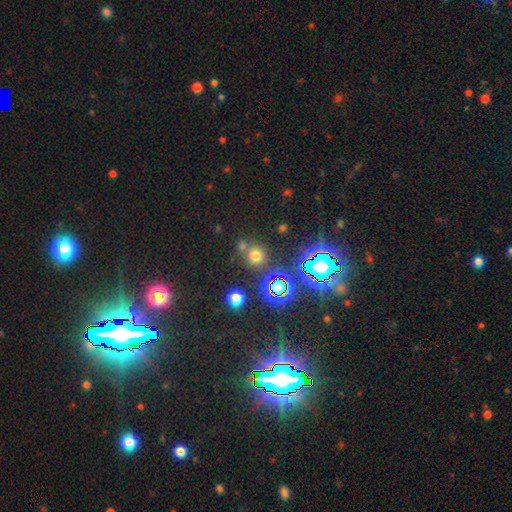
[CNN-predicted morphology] smooth-or-featured: smooth: 58% | star or artifact: 35% | featured or disk: 7%
  how-rounded: round: 89% | in between: 10% | cigar-shaped: 1%
  merging: none: 72% | merger: 16% | minor disturbance: 8% | major disturbance: 4%